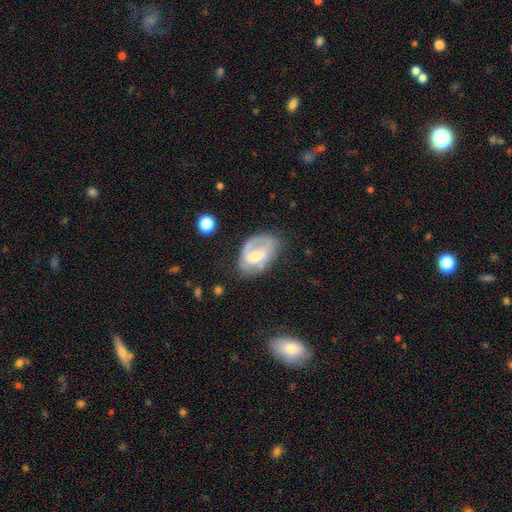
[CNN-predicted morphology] Smooth or featured?
  - featured or disk: 61% *
  - smooth: 32%
  - star or artifact: 7%
Edge-on disk?
  - no: 96% *
  - yes: 4%
Bar?
  - weak: 45% *
  - no: 40%
  - strong: 15%
Spiral arms?
  - yes: 67% *
  - no: 33%
Bulge size?
  - moderate: 46% *
  - small: 35%
  - none: 10%
  - large: 8%
  - dominant: 1%
Merging?
  - none: 44% *
  - minor disturbance: 29%
  - major disturbance: 23%
  - merger: 4%